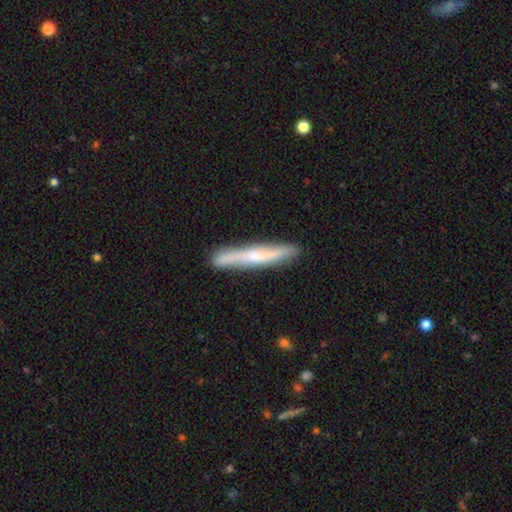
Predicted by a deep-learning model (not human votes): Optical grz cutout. It shows a featured or disk galaxy (51%) viewed edge-on (88%). Merging: none (87%).